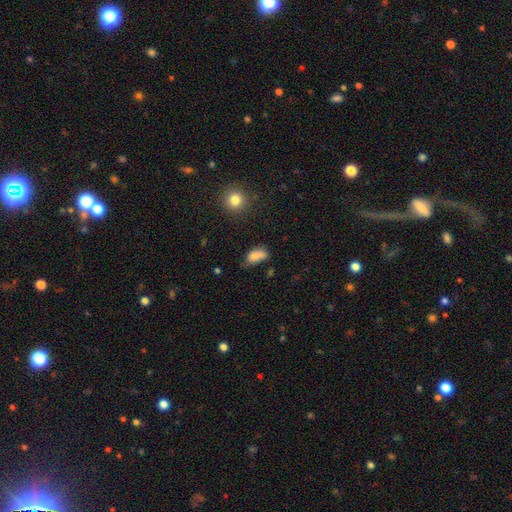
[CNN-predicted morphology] smooth_or_featured: smooth (p=0.76) [alt: featured or disk p=0.14]
how_rounded: in between (p=0.86) [alt: round p=0.09]
merging: none (p=0.38) [alt: minor disturbance p=0.33]